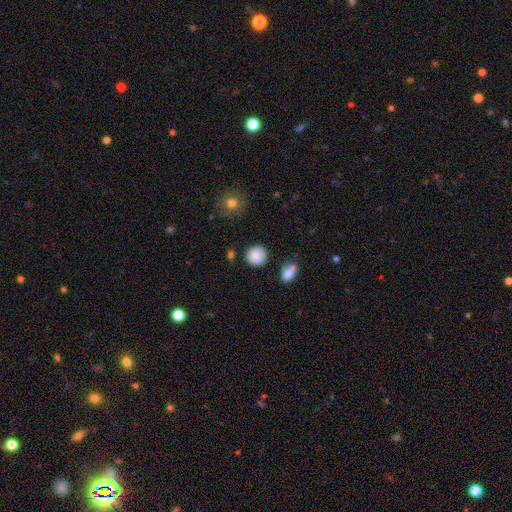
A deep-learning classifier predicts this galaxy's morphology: smooth_or_featured: smooth (p=0.83) [alt: star or artifact p=0.08]
how_rounded: round (p=0.89) [alt: in between p=0.10]
merging: none (p=0.79) [alt: minor disturbance p=0.14]